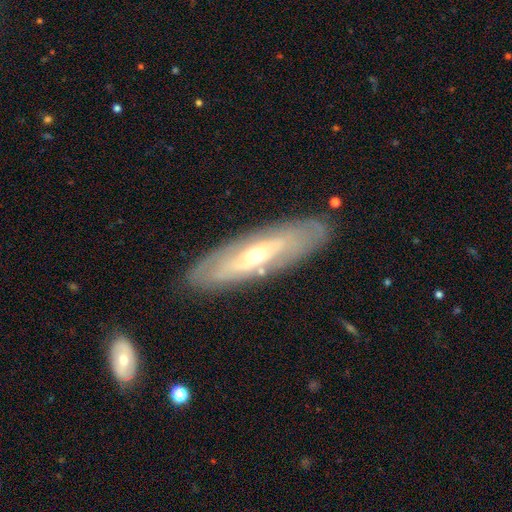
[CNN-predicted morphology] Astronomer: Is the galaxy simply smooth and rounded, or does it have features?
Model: featured or disk — 69%.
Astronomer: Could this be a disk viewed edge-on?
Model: no — 66%.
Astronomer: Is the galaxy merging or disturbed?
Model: none — 85%.